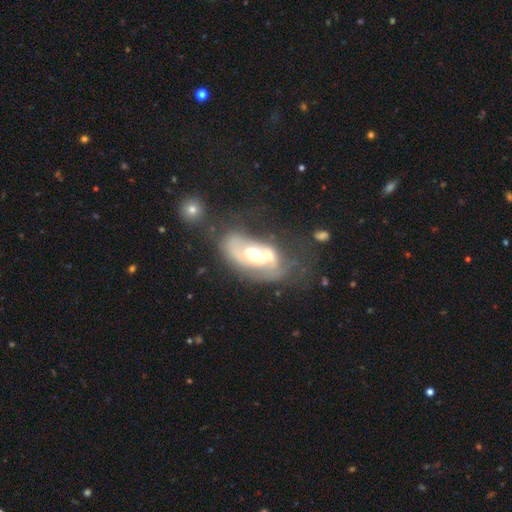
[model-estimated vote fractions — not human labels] smooth_or_featured: featured or disk (p=0.71) [alt: smooth p=0.22]
disk_edge_on: no (p=0.94) [alt: yes p=0.06]
bar: no (p=0.69) [alt: weak p=0.22]
has_spiral_arms: yes (p=0.53) [alt: no p=0.47]
bulge_size: moderate (p=0.65) [alt: large p=0.21]
merging: merger (p=0.34) [alt: none p=0.27]